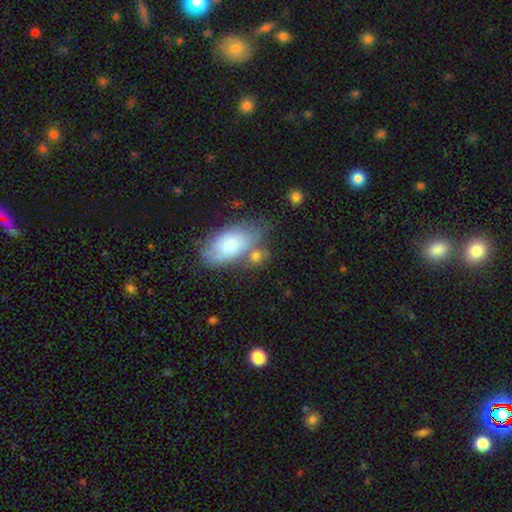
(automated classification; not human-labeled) A smooth galaxy with no disk features (68%) that is in between round and cigar-shaped (70%).

Vote fractions:
- Smooth or featured? smooth: 68% / featured or disk: 22% / star or artifact: 9%
- How rounded? in between: 70% / round: 24% / cigar-shaped: 6%
- Merging? none: 48% / minor disturbance: 21% / merger: 21% / major disturbance: 10%